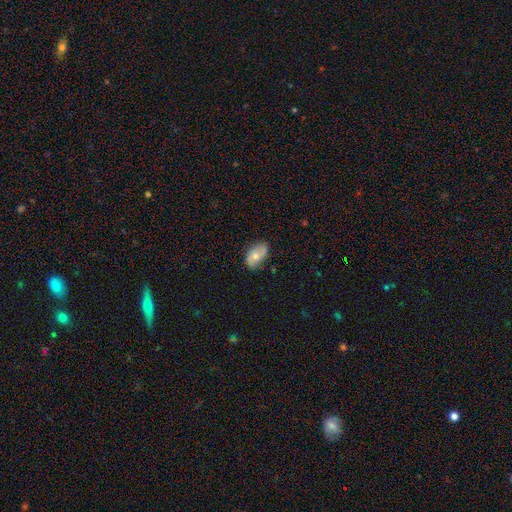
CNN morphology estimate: Overall: smooth (65%; featured or disk 28%). How rounded: in between (91%). Merging: none (70%).